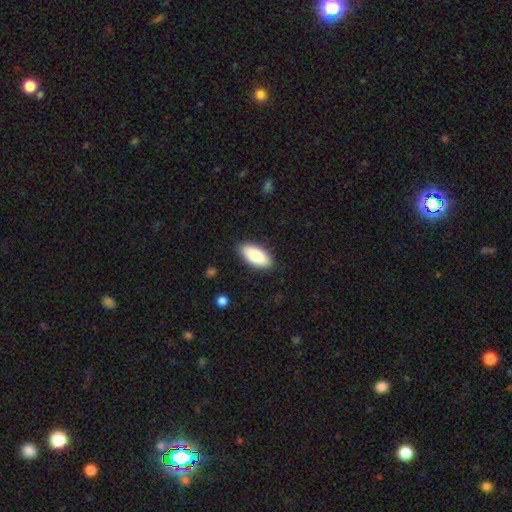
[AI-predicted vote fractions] smooth 85%, featured or disk 10%, star or artifact 6%. Down the decision tree: how rounded — in between (88%); merging — none (88%).